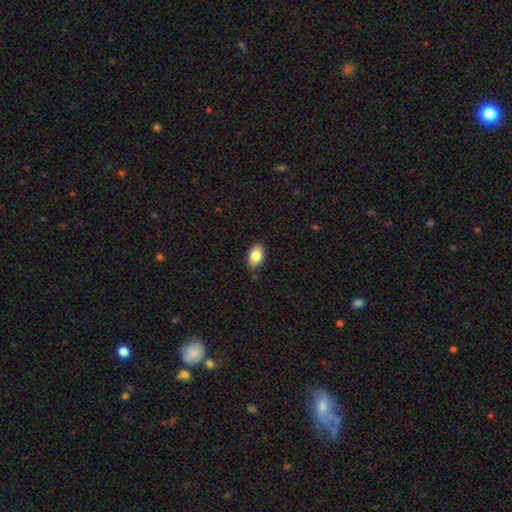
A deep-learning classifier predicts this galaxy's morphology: smooth_or_featured: smooth (p=0.83) [alt: featured or disk p=0.09]
how_rounded: in between (p=0.92) [alt: round p=0.07]
merging: none (p=0.85) [alt: minor disturbance p=0.11]